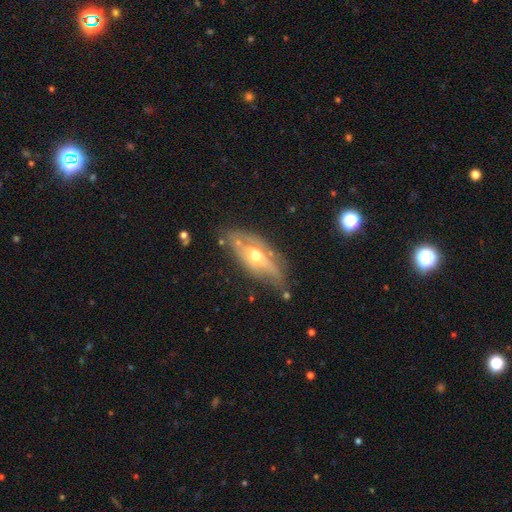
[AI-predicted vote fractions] A featured or disk galaxy (63%). Merging: none (63%).